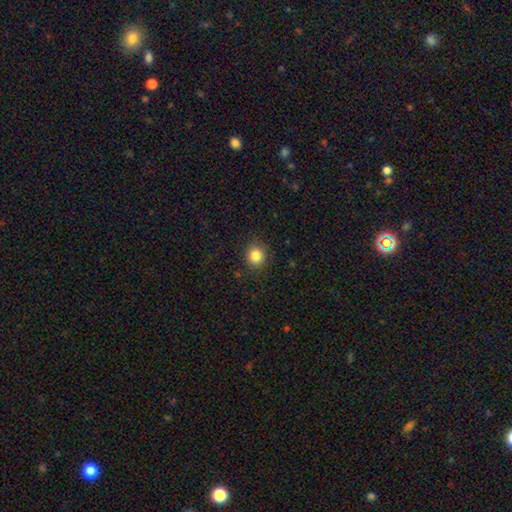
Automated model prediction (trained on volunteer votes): This appears to be a smooth galaxy with no disk features (84%) that is round (89%). Merging: none (89%).